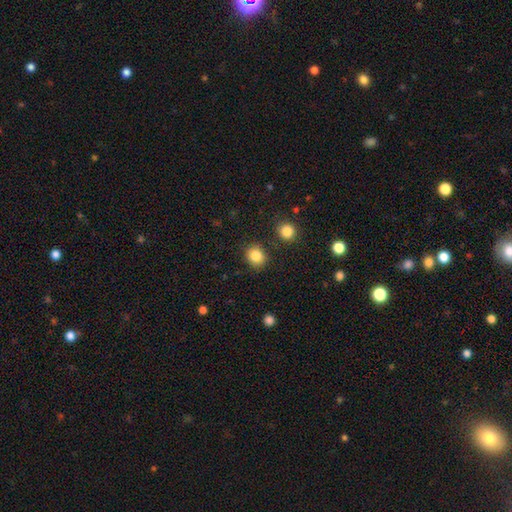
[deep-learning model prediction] smooth-or-featured: smooth: 85% | star or artifact: 10% | featured or disk: 5%
  how-rounded: round: 76% | in between: 23% | cigar-shaped: 1%
  merging: none: 83% | minor disturbance: 9% | merger: 4% | major disturbance: 3%